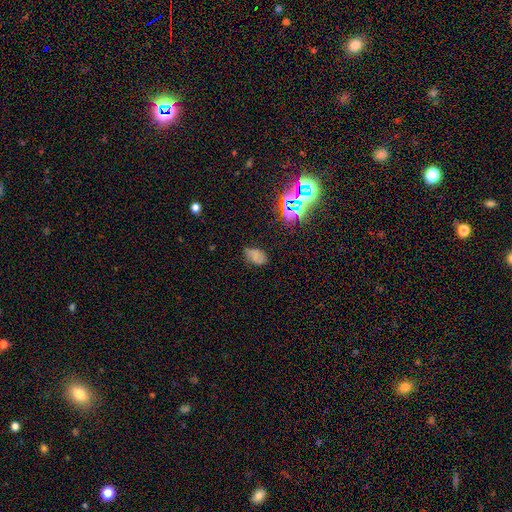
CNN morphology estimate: A smooth galaxy with no disk features (56%) that is in between round and cigar-shaped (88%). Merging: none (67%).